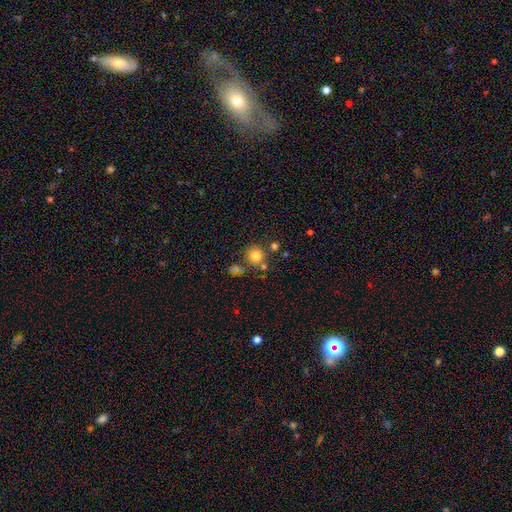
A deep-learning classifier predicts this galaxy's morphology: Smooth or featured?
  - smooth: 79% *
  - star or artifact: 13%
  - featured or disk: 8%
How rounded?
  - round: 90% *
  - in between: 9%
  - cigar-shaped: 1%
Merging?
  - none: 73% *
  - merger: 13%
  - minor disturbance: 11%
  - major disturbance: 4%